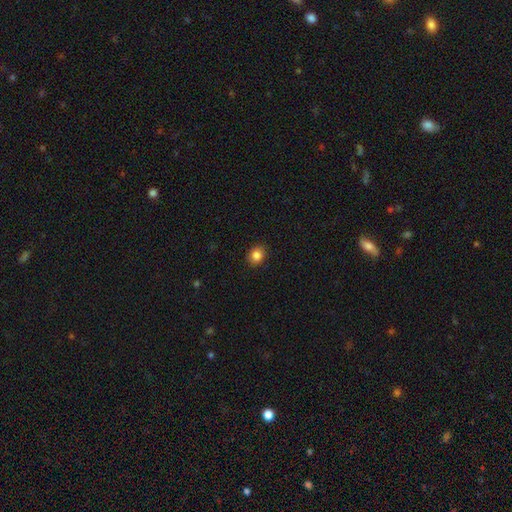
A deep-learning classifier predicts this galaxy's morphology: Q: Smooth or featured?
A: smooth (84%); runner-up: star or artifact (10%)
Q: How rounded?
A: round (69%); runner-up: in between (30%)
Q: Merging?
A: none (90%); runner-up: minor disturbance (7%)